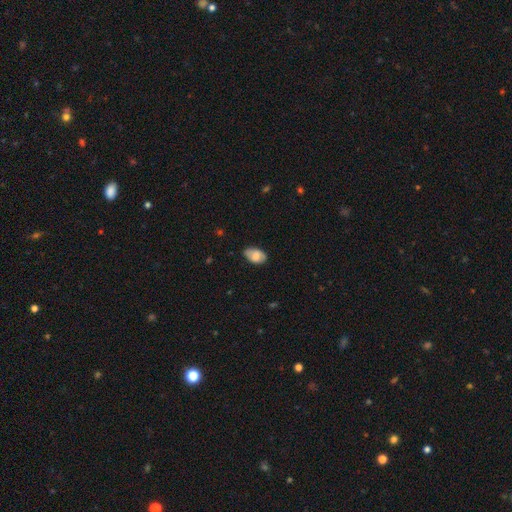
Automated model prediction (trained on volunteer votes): Q: Smooth or featured?
A: smooth (69%); runner-up: featured or disk (23%)
Q: How rounded?
A: in between (90%); runner-up: round (9%)
Q: Merging?
A: none (70%); runner-up: minor disturbance (24%)